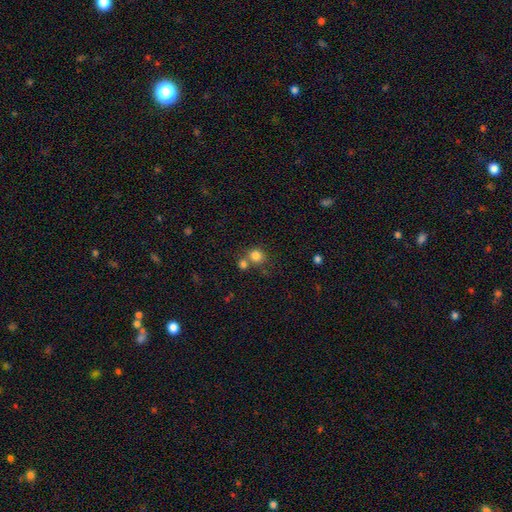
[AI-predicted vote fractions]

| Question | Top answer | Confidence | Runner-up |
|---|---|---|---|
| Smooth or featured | smooth | 81% | star or artifact (12%) |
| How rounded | round | 83% | in between (16%) |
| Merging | none | 55% | merger (32%) |